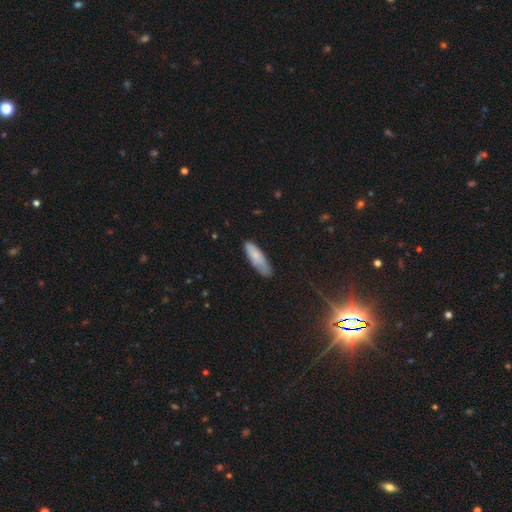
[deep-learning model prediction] Smooth or featured? Predicted: smooth (p=0.79). How rounded? Predicted: cigar-shaped (p=0.55). Merging? Predicted: none (p=0.76).